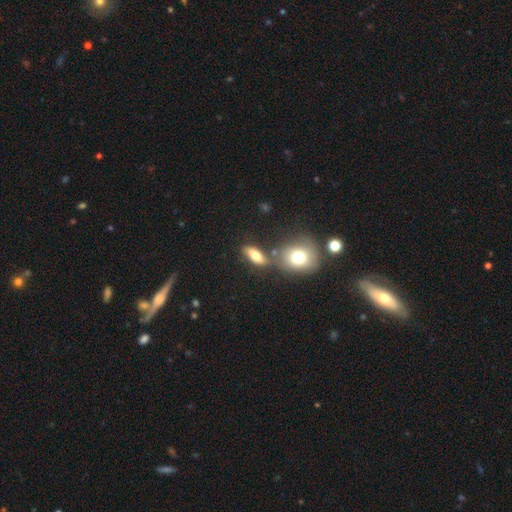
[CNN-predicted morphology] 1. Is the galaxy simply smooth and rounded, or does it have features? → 66% smooth, 23% featured or disk, 11% star or artifact.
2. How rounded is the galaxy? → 68% in between, 20% cigar-shaped, 12% round.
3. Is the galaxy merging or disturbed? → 57% none, 22% merger, 14% minor disturbance, 6% major disturbance.